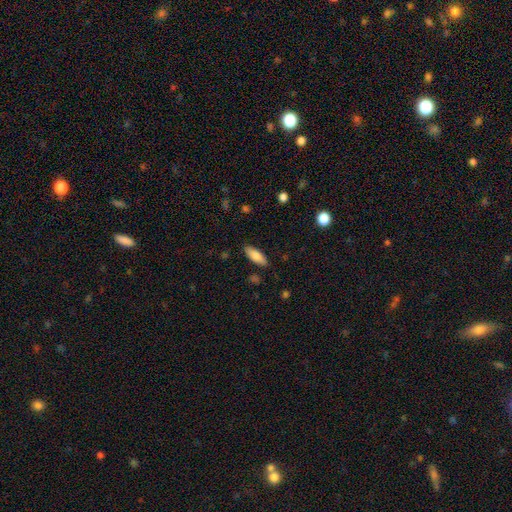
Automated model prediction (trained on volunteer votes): This is clearly a smooth galaxy (82%). How rounded: likely in between (72%). Merging: clearly none (86%).